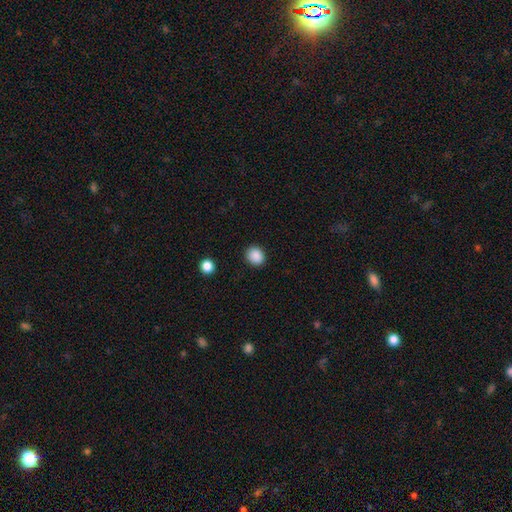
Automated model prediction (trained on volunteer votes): Morphology: type=smooth (88%); roundness=round (68%); merging=none (89%).